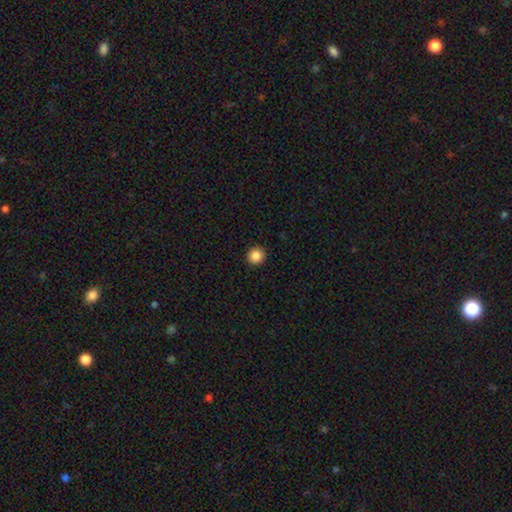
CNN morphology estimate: Smooth or featured? smooth (86%)
How rounded? round (93%)
Merging? none (93%)